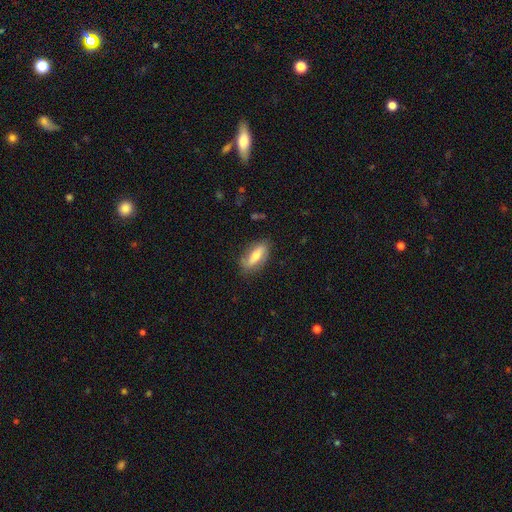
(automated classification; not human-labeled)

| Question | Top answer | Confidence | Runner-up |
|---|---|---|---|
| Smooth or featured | smooth | 49% | featured or disk (45%) |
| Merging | none | 79% | minor disturbance (16%) |